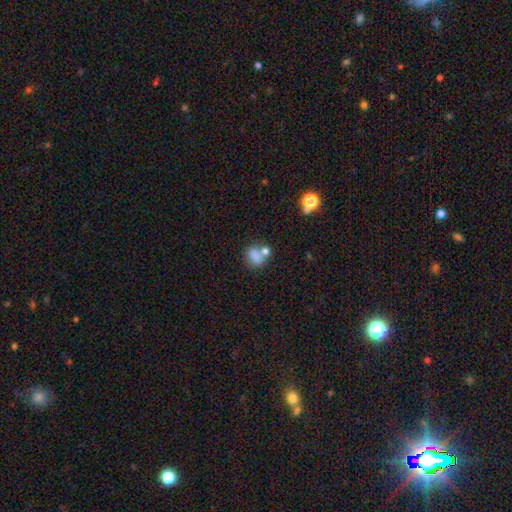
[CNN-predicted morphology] Smooth or featured? smooth (78%)
How rounded? in between (59%)
Merging? none (48%)